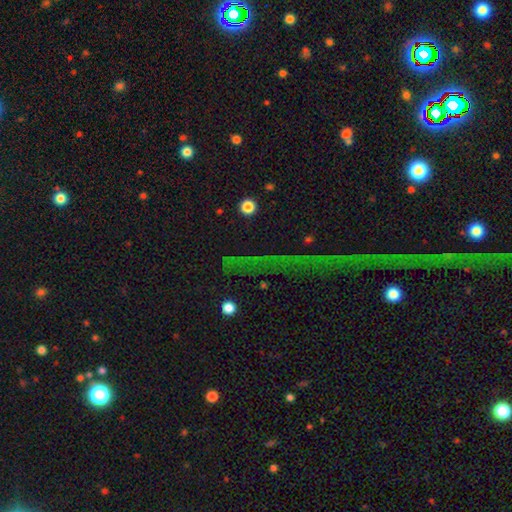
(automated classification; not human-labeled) The model was most divided on "smooth or featured": star or artifact: 55%, smooth: 32%, featured or disk: 13%.